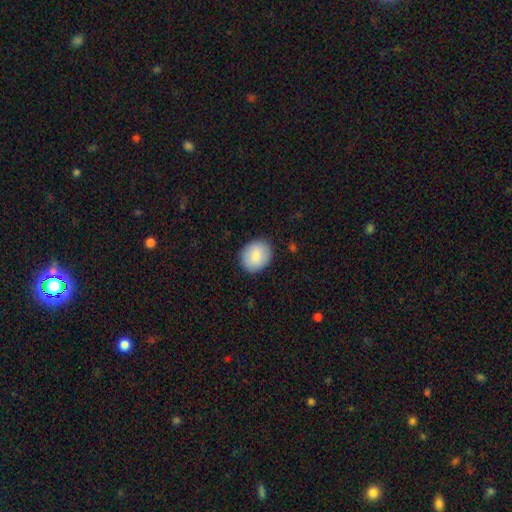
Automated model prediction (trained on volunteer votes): Smooth or featured? smooth (84%)
How rounded? round (59%)
Merging? none (88%)